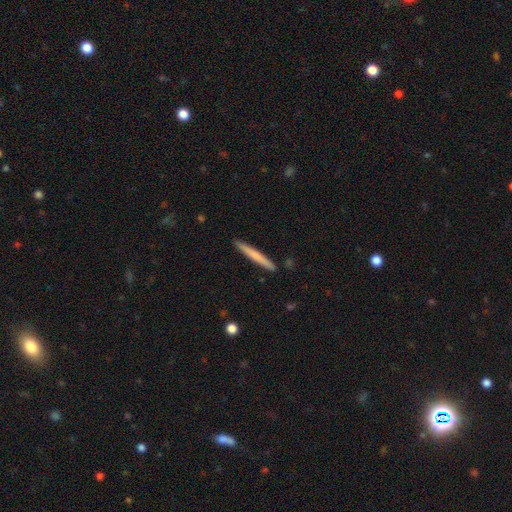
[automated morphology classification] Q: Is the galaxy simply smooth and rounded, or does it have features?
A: smooth — 65%.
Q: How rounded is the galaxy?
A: cigar-shaped — 97%.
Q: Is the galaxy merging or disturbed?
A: none — 91%.